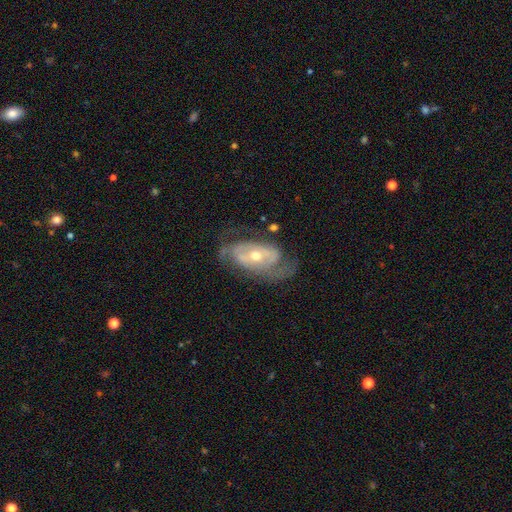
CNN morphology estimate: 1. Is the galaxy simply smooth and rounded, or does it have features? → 81% featured or disk, 13% smooth, 6% star or artifact.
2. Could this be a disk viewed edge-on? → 93% no, 7% yes.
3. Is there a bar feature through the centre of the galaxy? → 51% no, 31% weak, 18% strong.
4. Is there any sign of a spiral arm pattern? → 83% yes, 17% no.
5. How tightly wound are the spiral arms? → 41% tight, 40% medium, 19% loose.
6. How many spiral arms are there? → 63% 2, 21% can't tell, 6% 3, 6% 1, 2% 4, 2% more than 4.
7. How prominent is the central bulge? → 58% moderate, 38% small, 3% large, 1% none, 1% dominant.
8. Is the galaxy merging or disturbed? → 62% none, 20% minor disturbance, 16% major disturbance, 2% merger.